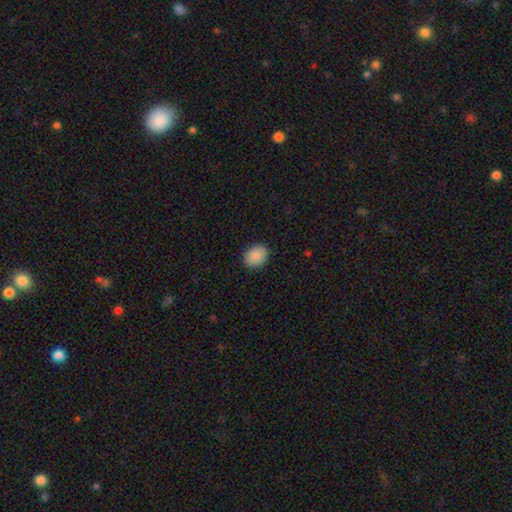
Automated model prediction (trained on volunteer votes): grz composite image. It shows a smooth galaxy with no disk features (89%) that is in between round and cigar-shaped (53%). Merging: none (88%).